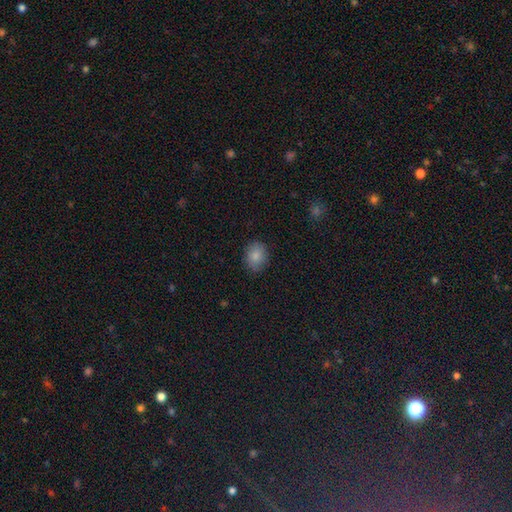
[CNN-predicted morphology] smooth 85%, star or artifact 8%, featured or disk 6%. Down the decision tree: how rounded — round (52%); merging — none (86%).